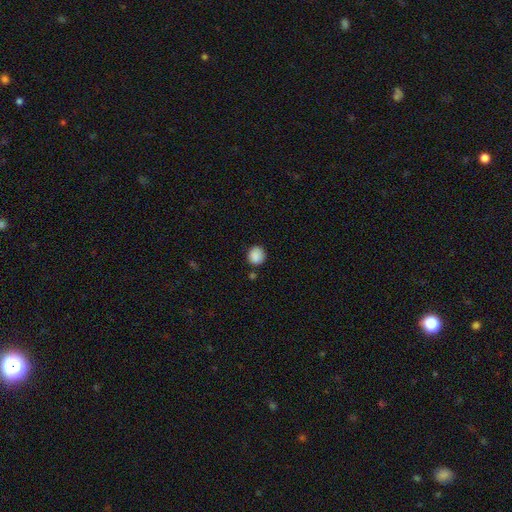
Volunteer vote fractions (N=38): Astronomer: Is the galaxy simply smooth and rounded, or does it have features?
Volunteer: smooth — 89%.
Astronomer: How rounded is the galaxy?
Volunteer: round — 94%.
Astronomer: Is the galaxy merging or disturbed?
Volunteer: none — 91%.